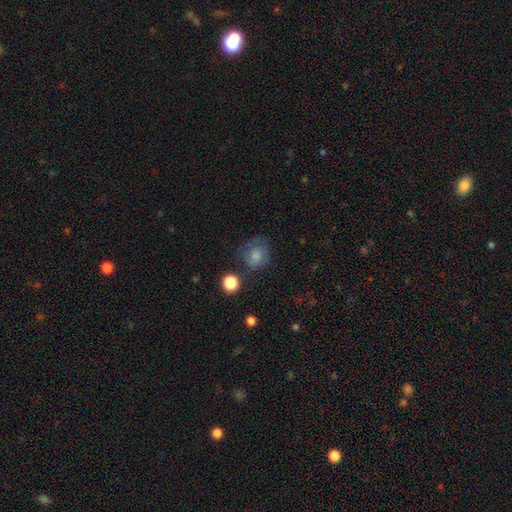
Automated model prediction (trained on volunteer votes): Smooth or featured? Predicted: smooth (p=0.76). How rounded? Predicted: round (p=0.73). Merging? Predicted: none (p=0.54).